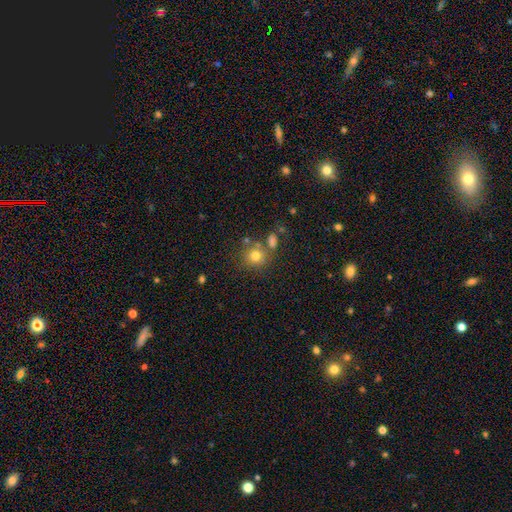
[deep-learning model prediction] Morphology: type=smooth (76%); roundness=round (86%); merging=none (68%).